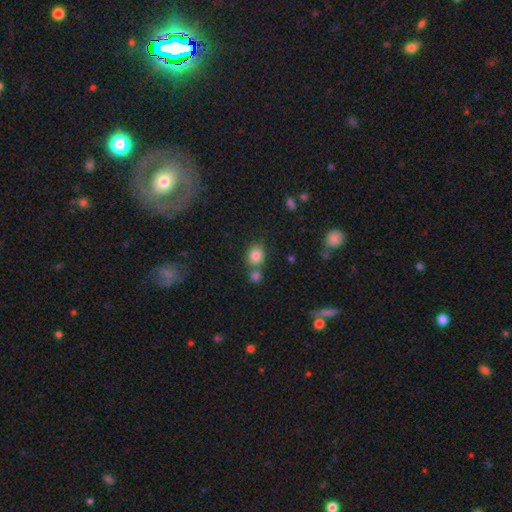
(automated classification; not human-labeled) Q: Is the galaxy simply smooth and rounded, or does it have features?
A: smooth — 83%.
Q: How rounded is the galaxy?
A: round — 65%.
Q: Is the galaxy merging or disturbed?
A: none — 61%.